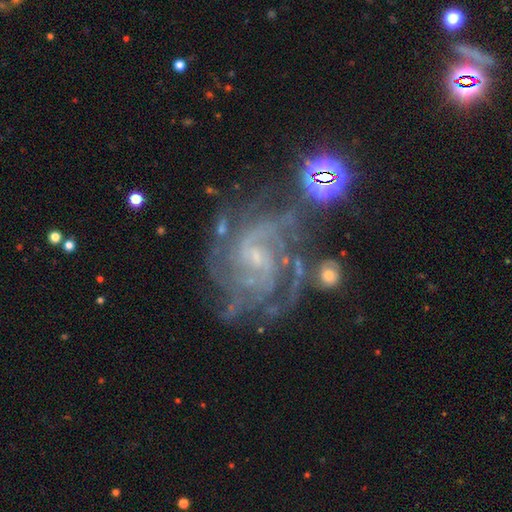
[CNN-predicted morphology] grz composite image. It shows a featured or disk galaxy (88%) with a weak bar (47%), tight (51%) spiral arms (97%) and a small central bulge (75%). Merging: none (59%).